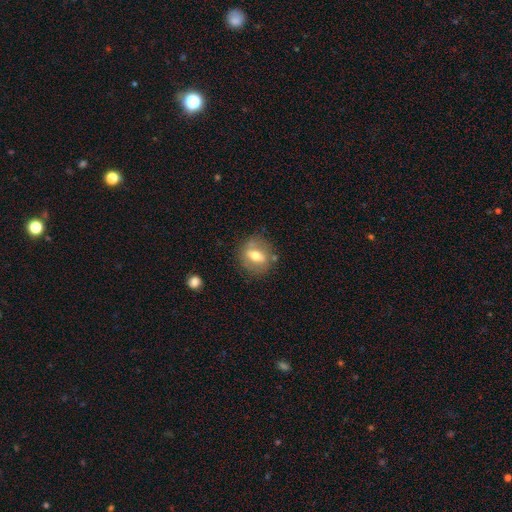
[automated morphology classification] Overall: smooth (50%; featured or disk 41%). How rounded: round (62%; in between 35%). Merging: none (77%).